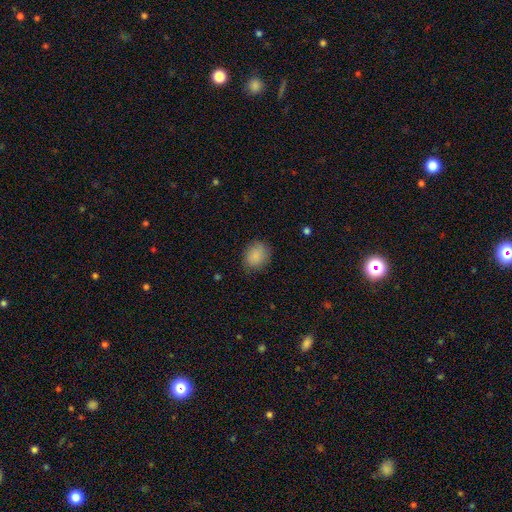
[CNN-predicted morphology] The model was most divided on "how rounded": round: 57%, in between: 42%, cigar-shaped: 1%. More confident: smooth or featured — smooth (87%); merging — none (81%).